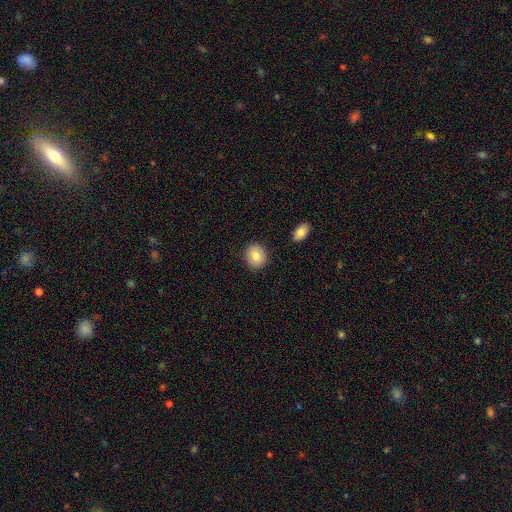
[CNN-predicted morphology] Smooth or featured? Predicted: smooth (p=0.82). How rounded? Predicted: round (p=0.74). Merging? Predicted: none (p=0.88).